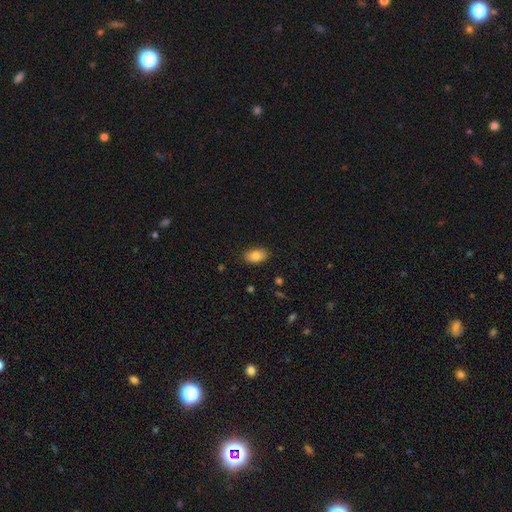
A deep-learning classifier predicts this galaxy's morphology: This appears to be a smooth galaxy with no disk features (84%) that is in between round and cigar-shaped (90%). Merging: none (86%).